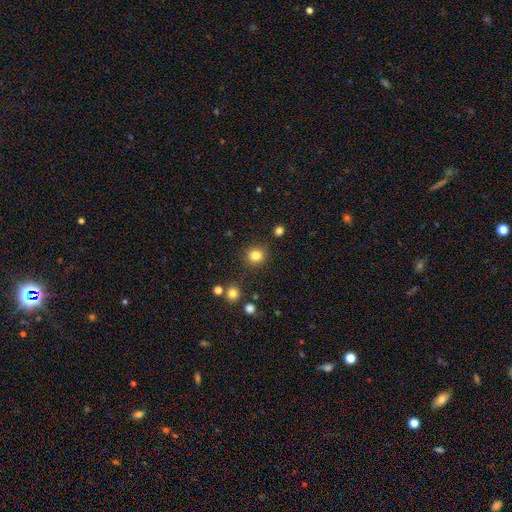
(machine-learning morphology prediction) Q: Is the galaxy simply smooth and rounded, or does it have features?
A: smooth — 83%.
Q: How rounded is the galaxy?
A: round — 91%.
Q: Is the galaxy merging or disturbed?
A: none — 88%.